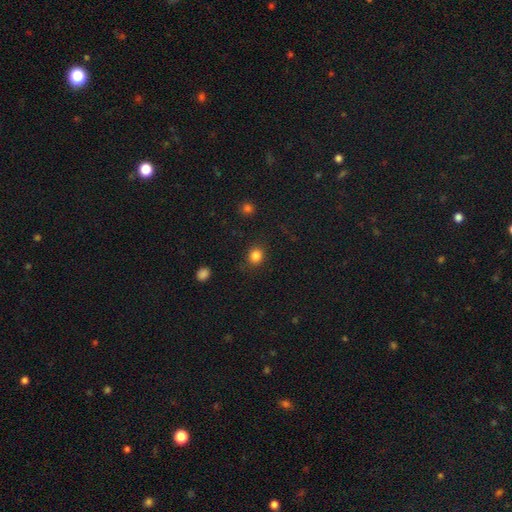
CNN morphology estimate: Overall: smooth (84%). How rounded: round (78%). Merging: none (87%).